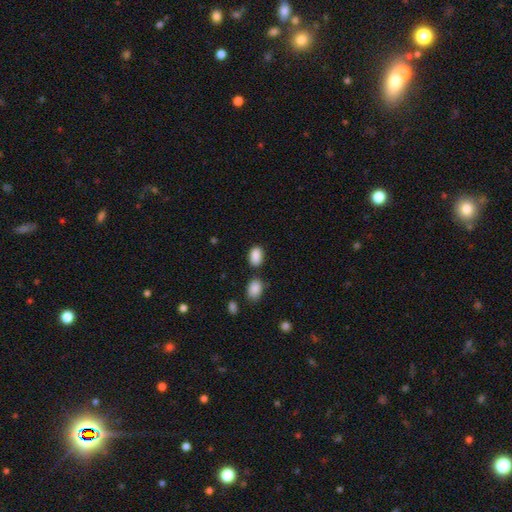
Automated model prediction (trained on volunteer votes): smooth 88%, star or artifact 8%, featured or disk 4%. Down the decision tree: how rounded — in between (88%); merging — none (70%).